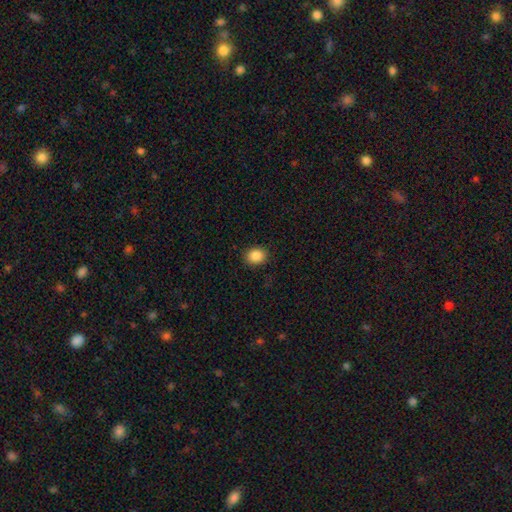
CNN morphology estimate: smooth_or_featured: smooth (p=0.88) [alt: star or artifact p=0.09]
how_rounded: round (p=0.61) [alt: in between p=0.38]
merging: none (p=0.90) [alt: minor disturbance p=0.07]